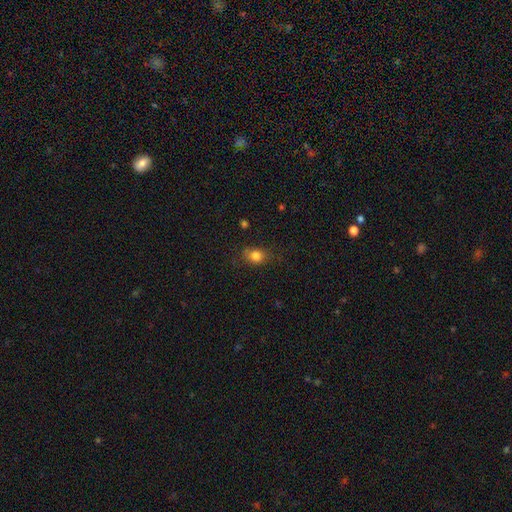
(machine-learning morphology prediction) A smooth galaxy with no disk features (82%) that is in between round and cigar-shaped (58%).

Vote fractions:
- Smooth or featured? smooth: 82% / star or artifact: 11% / featured or disk: 7%
- How rounded? in between: 58% / round: 40% / cigar-shaped: 2%
- Merging? none: 73% / minor disturbance: 20% / major disturbance: 6% / merger: 2%